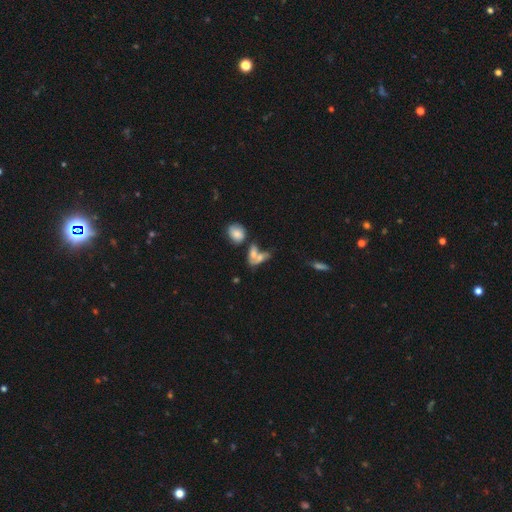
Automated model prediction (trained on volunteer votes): smooth 55%, featured or disk 30%, star or artifact 14%. Down the decision tree: how rounded — in between (74%); merging — merger (52%).